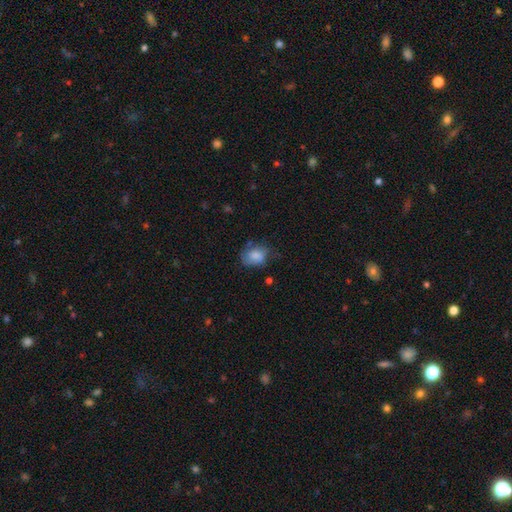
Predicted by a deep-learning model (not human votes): Morphology: type=smooth (77%); roundness=in between (62%); merging=none (49%).